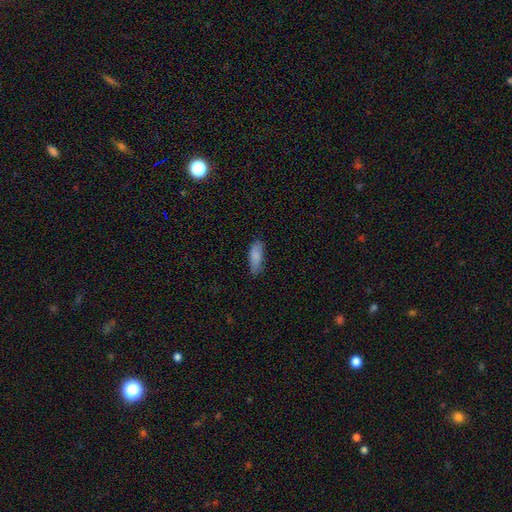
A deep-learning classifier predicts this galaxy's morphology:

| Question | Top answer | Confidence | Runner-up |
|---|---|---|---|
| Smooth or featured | smooth | 87% | featured or disk (7%) |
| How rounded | in between | 69% | cigar-shaped (30%) |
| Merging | none | 80% | minor disturbance (17%) |